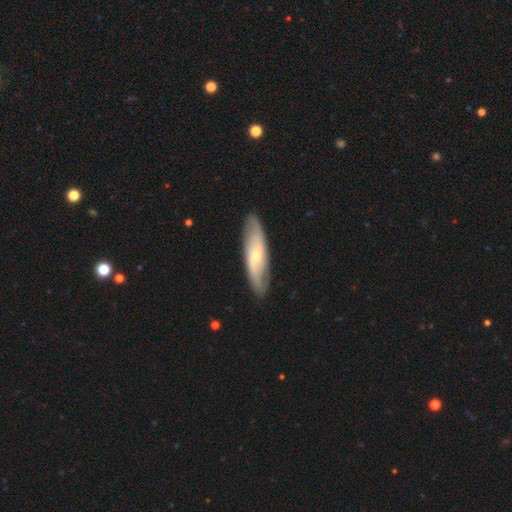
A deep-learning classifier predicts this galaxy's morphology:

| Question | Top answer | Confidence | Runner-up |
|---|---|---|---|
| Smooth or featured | featured or disk | 57% | smooth (38%) |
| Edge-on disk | no | 68% | yes (32%) |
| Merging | none | 85% | minor disturbance (11%) |